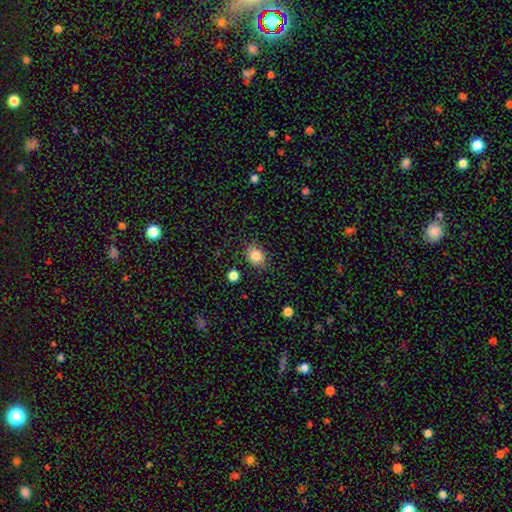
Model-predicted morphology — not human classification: A smooth galaxy with no disk features (84%) that is round (60%). Merging: none (81%).